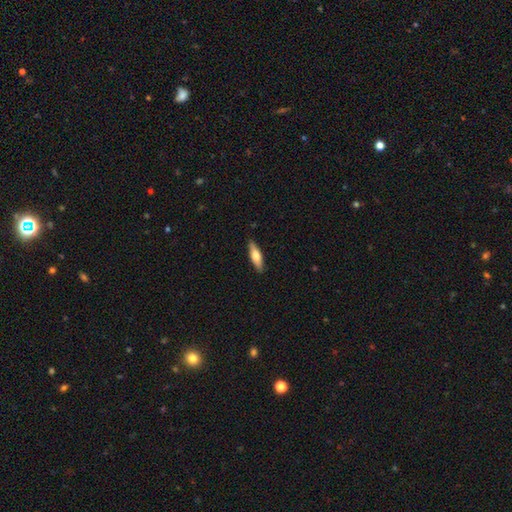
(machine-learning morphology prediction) Smooth or featured: smooth — 64% (featured or disk — 31%)
How rounded: cigar-shaped — 55% (in between — 43%)
Merging: none — 88% (minor disturbance — 9%)